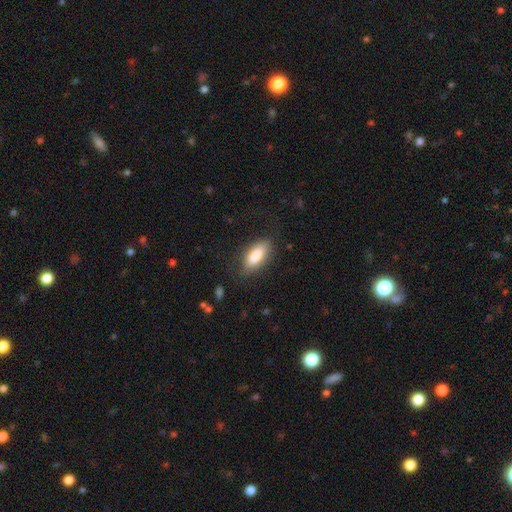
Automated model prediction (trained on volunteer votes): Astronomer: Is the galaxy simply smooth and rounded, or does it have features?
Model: smooth — 81%.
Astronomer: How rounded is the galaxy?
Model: in between — 81%.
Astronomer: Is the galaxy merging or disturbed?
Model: none — 78%.